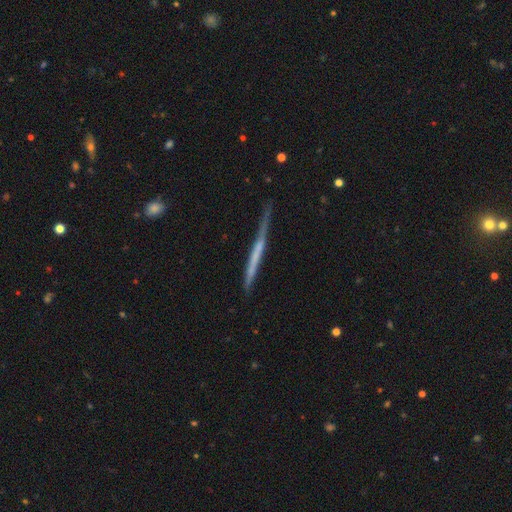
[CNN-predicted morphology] Smooth or featured?
  - featured or disk: 57% *
  - smooth: 37%
  - star or artifact: 6%
Edge-on disk?
  - yes: 96% *
  - no: 4%
Edge-on bulge?
  - none: 83% *
  - rounded: 9%
  - boxy: 8%
Merging?
  - none: 70% *
  - minor disturbance: 22%
  - major disturbance: 5%
  - merger: 2%